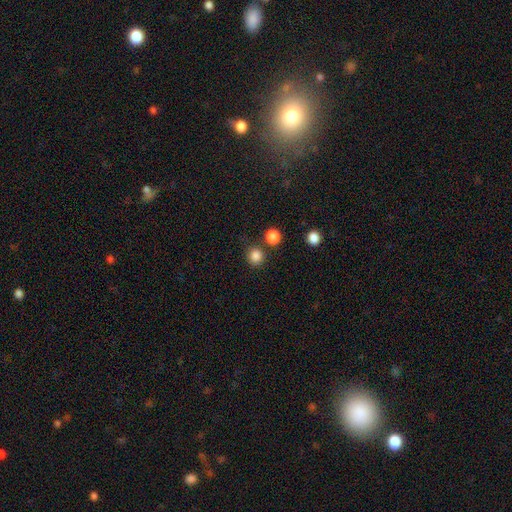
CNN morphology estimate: A smooth galaxy with no disk features (85%) that is round (91%).

Vote fractions:
- Smooth or featured? smooth: 85% / star or artifact: 12% / featured or disk: 3%
- How rounded? round: 91% / in between: 8% / cigar-shaped: 1%
- Merging? none: 81% / merger: 9% / minor disturbance: 8% / major disturbance: 3%